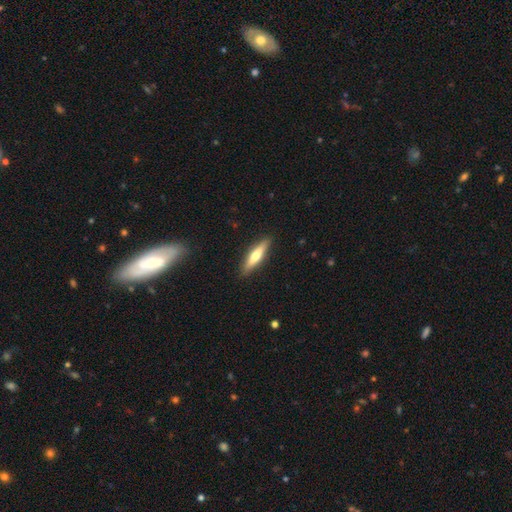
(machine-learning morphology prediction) The model was most divided on "smooth or featured": smooth: 54%, featured or disk: 40%, star or artifact: 5%. More confident: merging — none (89%); how rounded — cigar-shaped (78%).